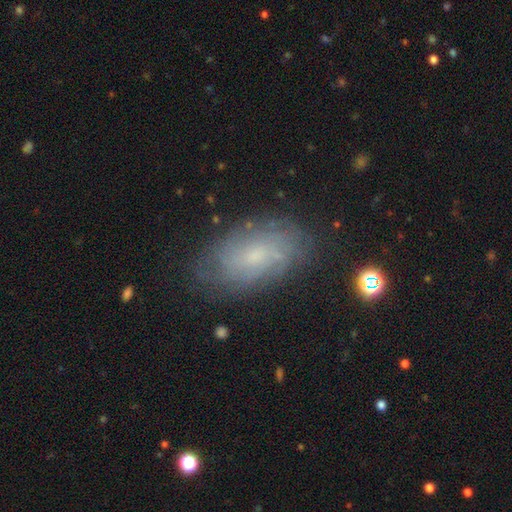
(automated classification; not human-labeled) A featured or disk galaxy (55%) with no bar (63%), spiral arms (78%) and a small central bulge (64%). Merging: none (76%).